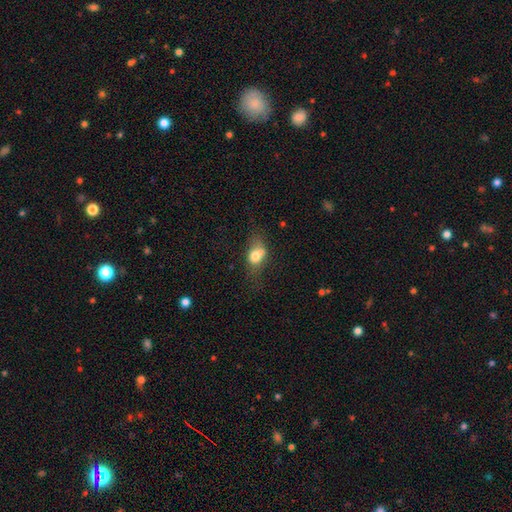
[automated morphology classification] smooth-or-featured: smooth: 68% | featured or disk: 22% | star or artifact: 10%
  how-rounded: in between: 62% | round: 34% | cigar-shaped: 4%
  merging: none: 33% (tied) | merger: 33% (tied) | minor disturbance: 21% | major disturbance: 13%